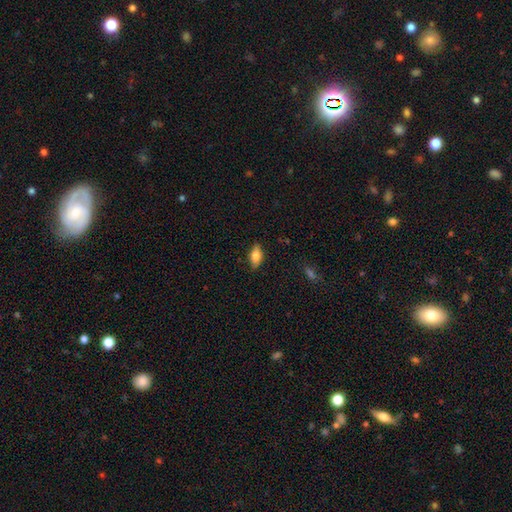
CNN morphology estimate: Smooth or featured? smooth (70%)
How rounded? in between (81%)
Merging? none (84%)